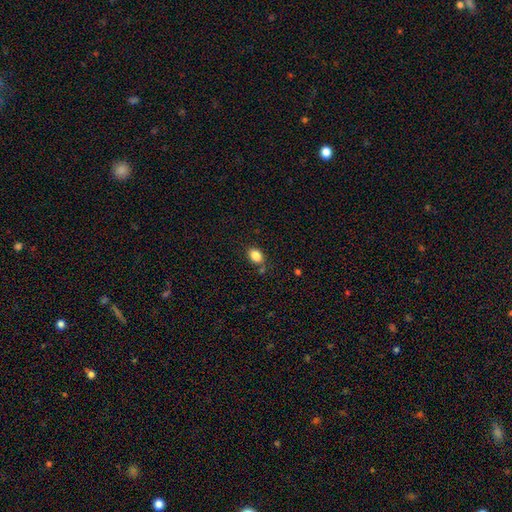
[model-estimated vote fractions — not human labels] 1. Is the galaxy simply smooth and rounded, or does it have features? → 86% smooth, 9% star or artifact, 5% featured or disk.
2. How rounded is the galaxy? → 72% in between, 27% round, 1% cigar-shaped.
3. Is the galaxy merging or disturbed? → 78% none, 12% minor disturbance, 7% merger, 3% major disturbance.